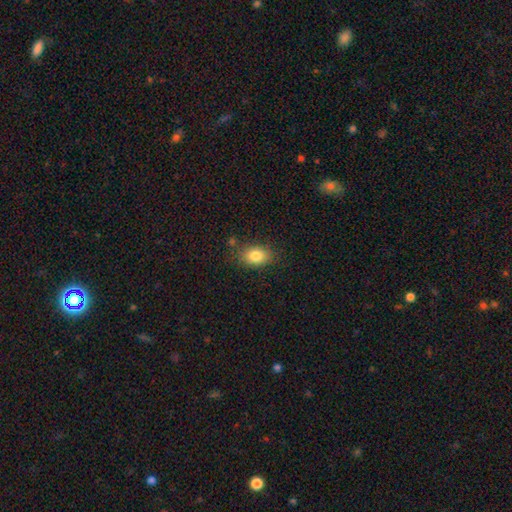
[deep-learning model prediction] This is clearly a smooth galaxy (83%). How rounded: likely in between (77%). Merging: likely none (79%).